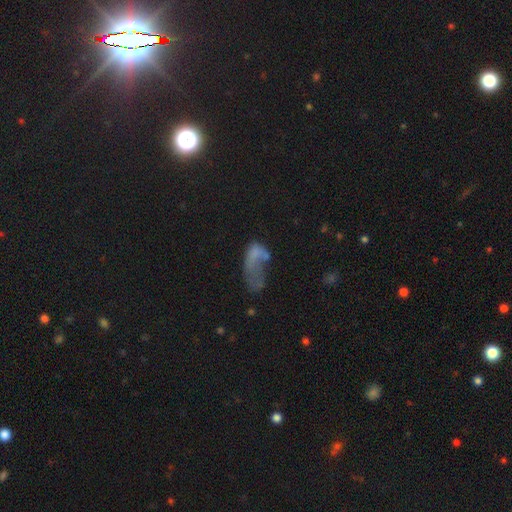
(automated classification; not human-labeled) smooth 51%, featured or disk 35%, star or artifact 13%. Down the decision tree: how rounded — in between (87%); merging — major disturbance (54%).